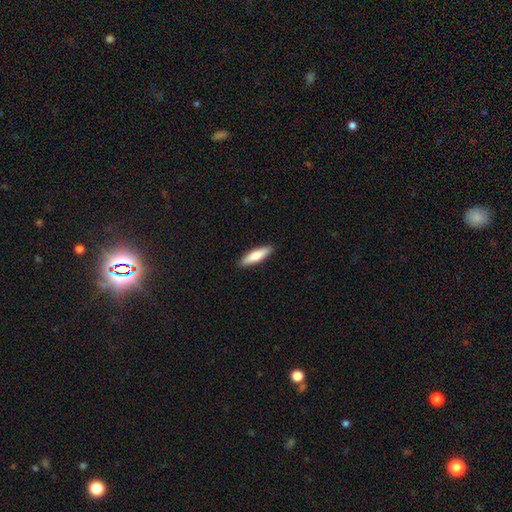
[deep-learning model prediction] Smooth or featured?
  - smooth: 74% *
  - featured or disk: 21%
  - star or artifact: 5%
How rounded?
  - cigar-shaped: 65% *
  - in between: 34%
  - round: 2%
Merging?
  - none: 90% *
  - minor disturbance: 7%
  - major disturbance: 1%
  - merger: 1%